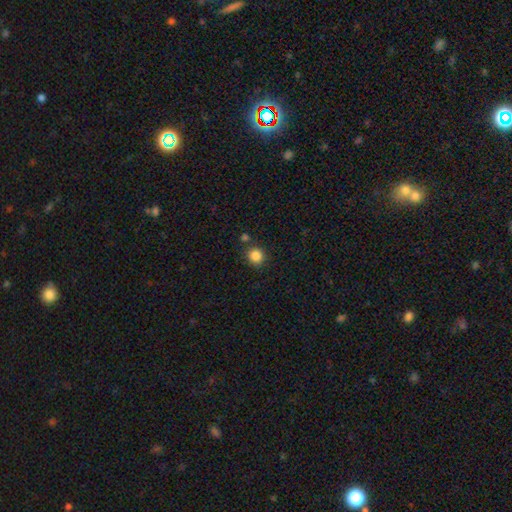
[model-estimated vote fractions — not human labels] Morphology: type=smooth (85%); roundness=round (91%); merging=none (82%).